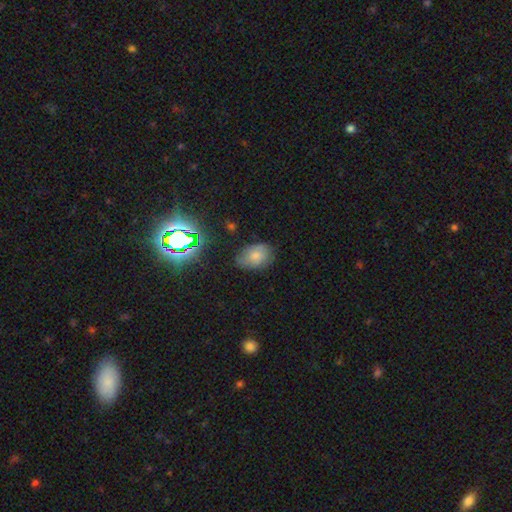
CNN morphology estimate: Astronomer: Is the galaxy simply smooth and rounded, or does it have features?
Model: smooth — 69%.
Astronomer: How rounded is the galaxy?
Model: in between — 80%.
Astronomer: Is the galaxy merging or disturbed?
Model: none — 67%.